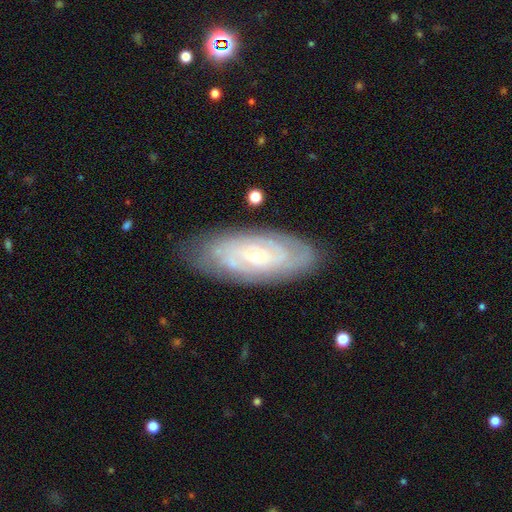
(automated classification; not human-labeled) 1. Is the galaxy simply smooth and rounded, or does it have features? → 78% featured or disk, 16% smooth, 6% star or artifact.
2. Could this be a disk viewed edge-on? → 92% no, 8% yes.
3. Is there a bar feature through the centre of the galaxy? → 75% no, 20% weak, 5% strong.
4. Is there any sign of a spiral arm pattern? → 90% yes, 10% no.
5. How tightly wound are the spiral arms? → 78% tight, 18% medium, 4% loose.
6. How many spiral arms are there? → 52% can't tell, 19% 2, 11% 3, 9% 4, 5% more than 4, 4% 1.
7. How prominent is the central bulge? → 83% small, 13% moderate, 2% none, 1% large, 1% dominant.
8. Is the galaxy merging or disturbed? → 79% none, 16% minor disturbance, 4% major disturbance, 2% merger.